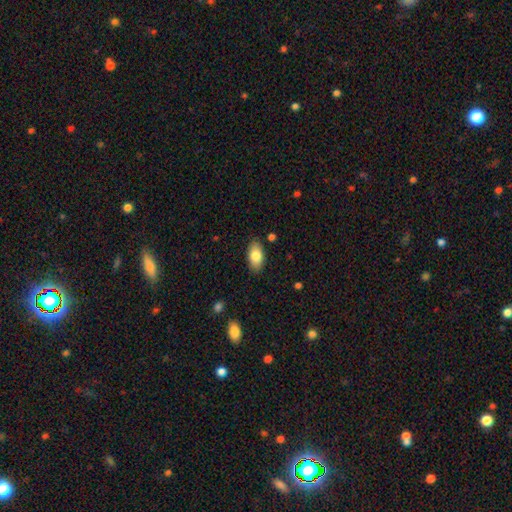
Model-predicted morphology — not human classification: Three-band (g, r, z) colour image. It shows a smooth galaxy with no disk features (81%) that is in between round and cigar-shaped (92%). Merging: none (86%).